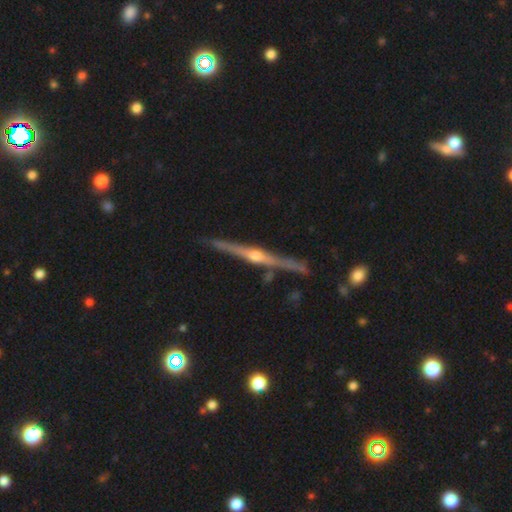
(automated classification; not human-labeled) Smooth or featured?
  - featured or disk: 85% *
  - smooth: 10%
  - star or artifact: 5%
Edge-on disk?
  - yes: 98% *
  - no: 2%
Edge-on bulge?
  - rounded: 91% *
  - none: 5%
  - boxy: 4%
Merging?
  - none: 85% *
  - minor disturbance: 10%
  - merger: 3%
  - major disturbance: 2%